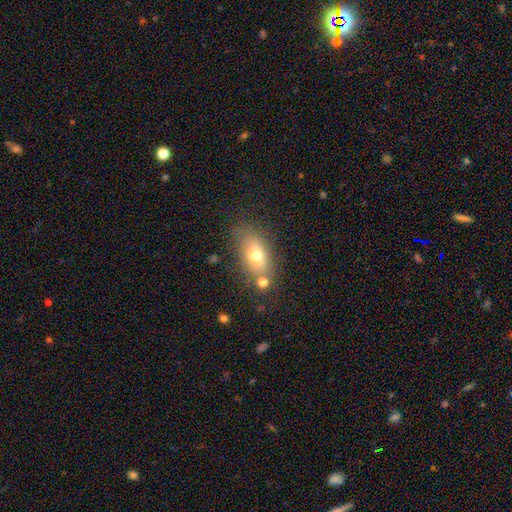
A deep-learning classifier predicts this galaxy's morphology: Overall: smooth (64%; featured or disk 25%). How rounded: in between (82%). Merging: none (63%).